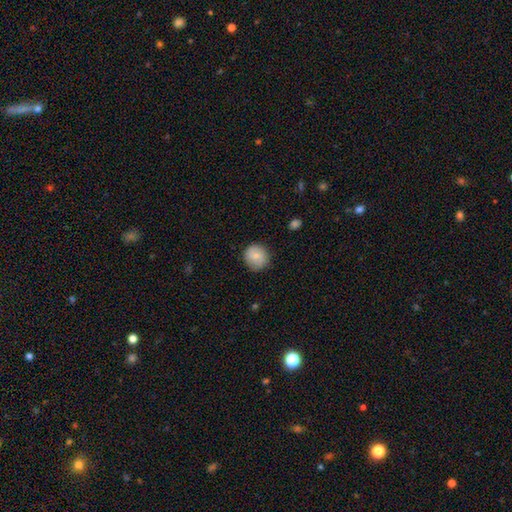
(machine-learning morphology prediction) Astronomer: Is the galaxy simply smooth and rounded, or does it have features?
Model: smooth — 78%.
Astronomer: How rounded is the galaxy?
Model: round — 90%.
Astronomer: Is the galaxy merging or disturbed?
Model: none — 83%.